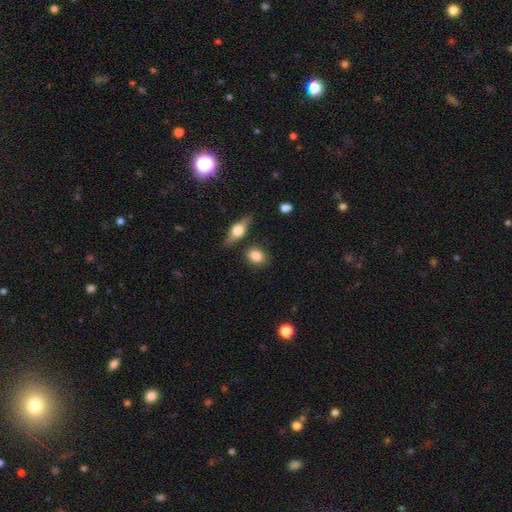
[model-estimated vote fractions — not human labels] smooth 81%, featured or disk 11%, star or artifact 8%. Down the decision tree: how rounded — in between (52%); merging — none (78%).